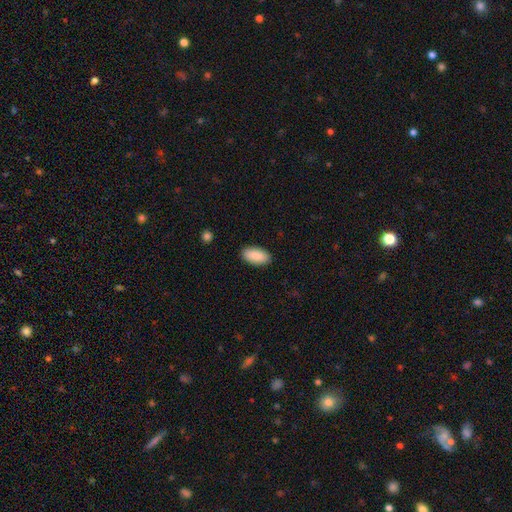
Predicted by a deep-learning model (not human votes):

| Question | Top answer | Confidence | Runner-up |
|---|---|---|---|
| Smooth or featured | smooth | 88% | star or artifact (6%) |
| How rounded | in between | 92% | cigar-shaped (6%) |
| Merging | none | 89% | minor disturbance (8%) |